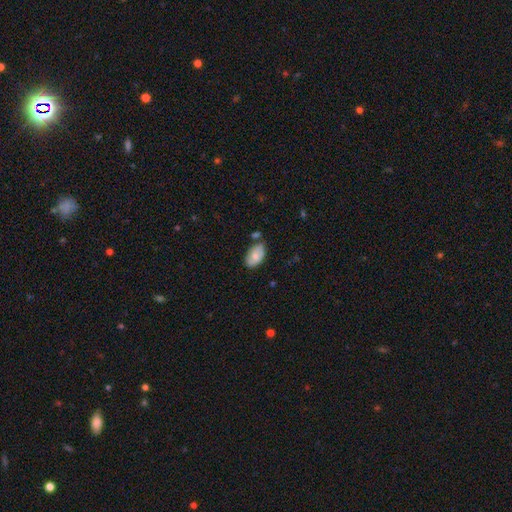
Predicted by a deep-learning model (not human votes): Smooth or featured: smooth — 78% (featured or disk — 16%)
How rounded: in between — 94% (round — 4%)
Merging: none — 69% (minor disturbance — 20%)